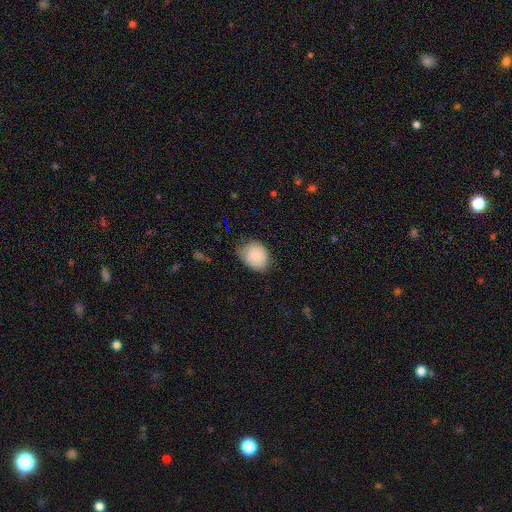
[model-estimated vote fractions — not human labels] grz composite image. It shows a smooth galaxy with no disk features (78%) that is in between round and cigar-shaped (53%). Merging: none (62%).